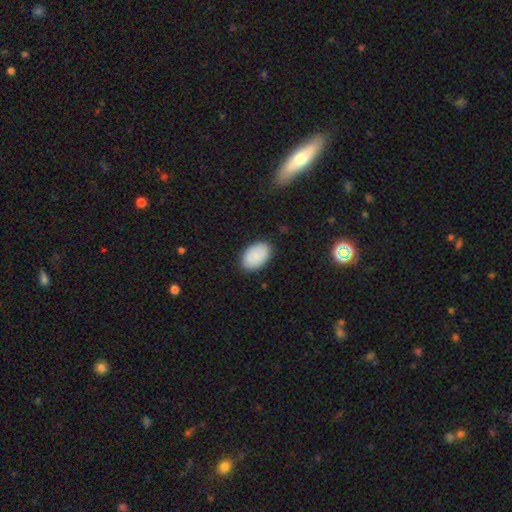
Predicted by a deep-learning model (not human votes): This is clearly a smooth galaxy (88%). How rounded: clearly in between (91%). Merging: clearly none (87%).